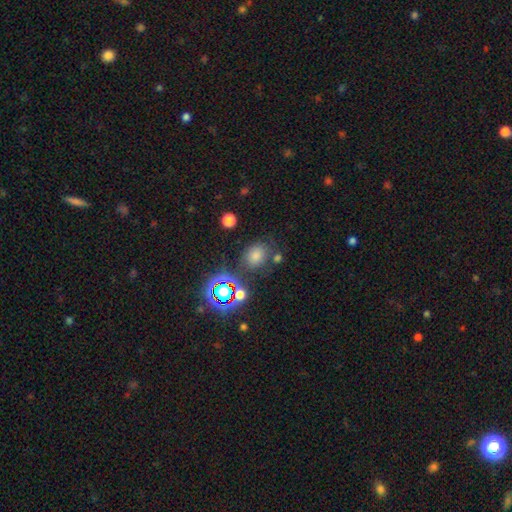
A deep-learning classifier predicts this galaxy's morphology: smooth-or-featured: smooth: 70% | star or artifact: 23% | featured or disk: 8%
  how-rounded: round: 57% | in between: 42% | cigar-shaped: 1%
  merging: none: 71% | minor disturbance: 15% | merger: 8% | major disturbance: 6%